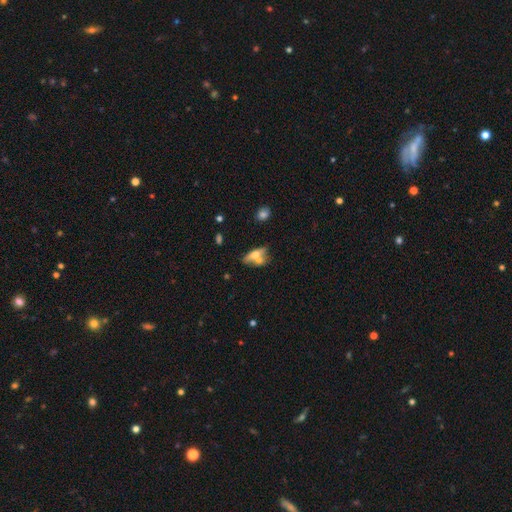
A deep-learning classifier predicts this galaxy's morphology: Smooth or featured?
  - smooth: 50% *
  - featured or disk: 41%
  - star or artifact: 9%
How rounded?
  - in between: 61% *
  - cigar-shaped: 30%
  - round: 9%
Merging?
  - merger: 46% *
  - none: 34%
  - minor disturbance: 12%
  - major disturbance: 8%